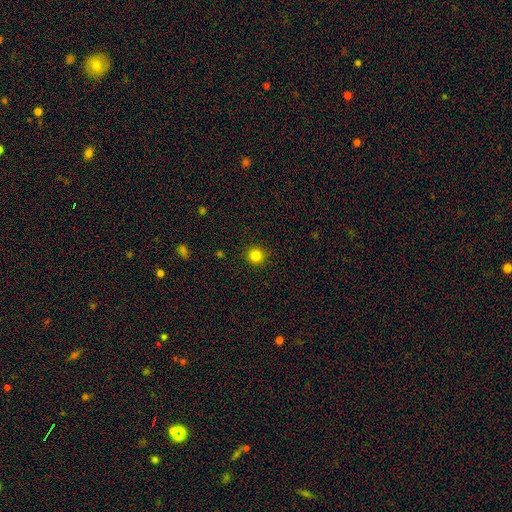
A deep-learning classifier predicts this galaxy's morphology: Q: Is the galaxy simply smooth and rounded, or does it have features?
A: smooth — 83%.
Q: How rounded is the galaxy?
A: round — 94%.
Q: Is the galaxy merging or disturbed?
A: none — 92%.